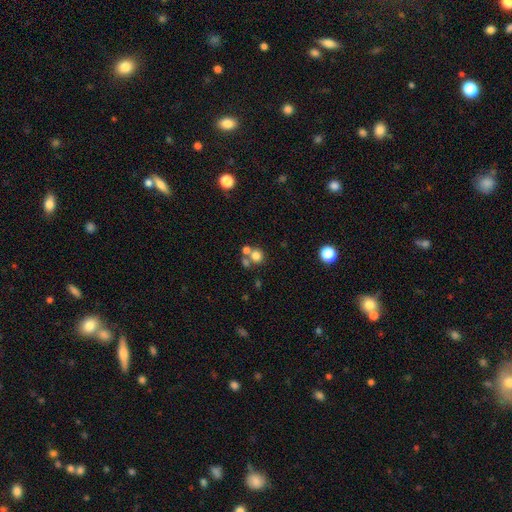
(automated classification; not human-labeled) Smooth or featured? smooth (75%)
How rounded? round (86%)
Merging? none (50%)